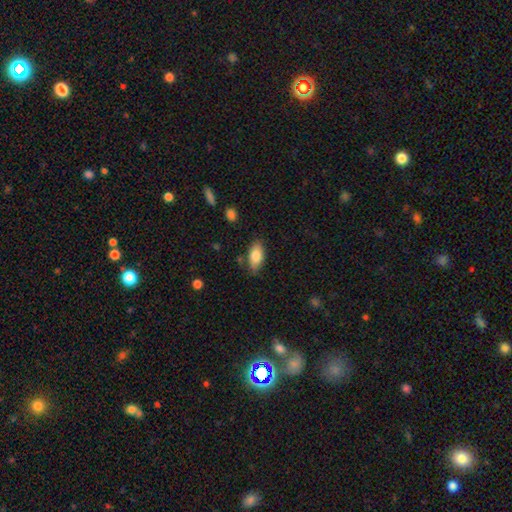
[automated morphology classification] This is clearly a smooth galaxy (83%). How rounded: clearly in between (90%). Merging: likely none (79%).